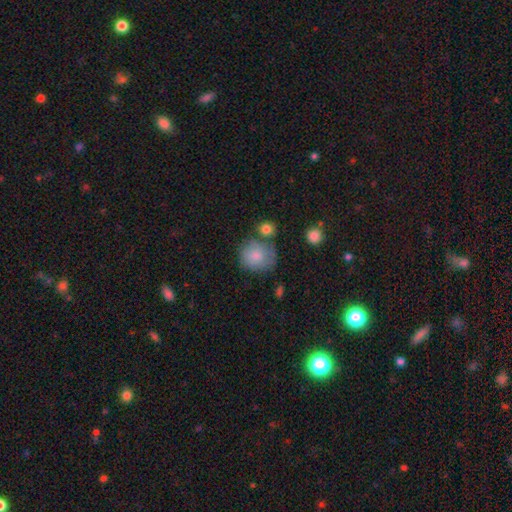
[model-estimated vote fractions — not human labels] smooth 78%, featured or disk 15%, star or artifact 7%. Down the decision tree: how rounded — round (81%); merging — none (55%).